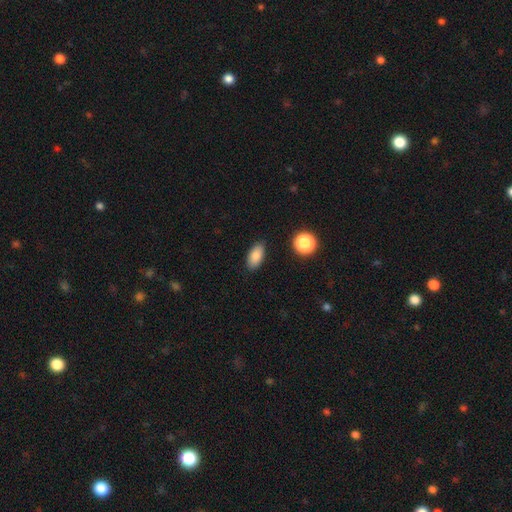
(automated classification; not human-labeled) Smooth or featured?
  - smooth: 85% *
  - star or artifact: 9%
  - featured or disk: 6%
How rounded?
  - in between: 89% *
  - cigar-shaped: 7%
  - round: 5%
Merging?
  - none: 86% *
  - minor disturbance: 10%
  - major disturbance: 2%
  - merger: 2%